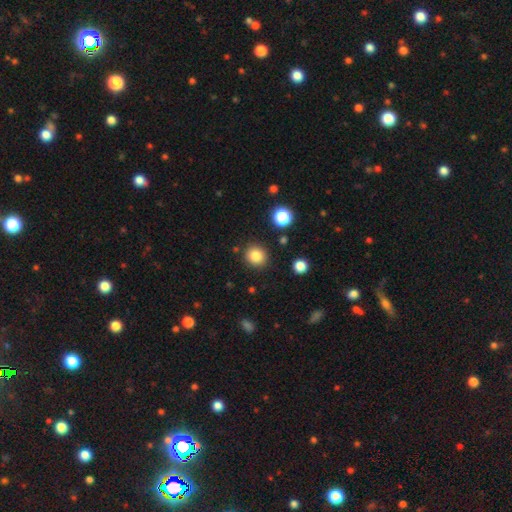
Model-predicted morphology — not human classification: A smooth galaxy with no disk features (83%) that is round (87%).

Vote fractions:
- Smooth or featured? smooth: 83% / star or artifact: 11% / featured or disk: 6%
- How rounded? round: 87% / in between: 12% / cigar-shaped: 1%
- Merging? none: 88% / minor disturbance: 7% / major disturbance: 3% / merger: 2%